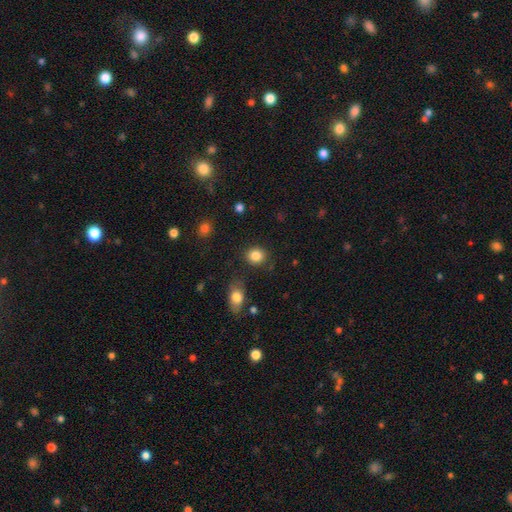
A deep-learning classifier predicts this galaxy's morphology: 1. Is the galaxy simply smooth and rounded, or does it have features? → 86% smooth, 10% star or artifact, 5% featured or disk.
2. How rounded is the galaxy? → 77% round, 22% in between, 1% cigar-shaped.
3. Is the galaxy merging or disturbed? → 86% none, 8% minor disturbance, 3% major disturbance, 3% merger.